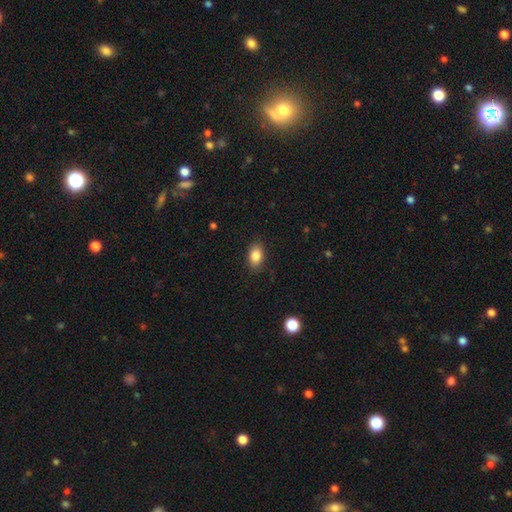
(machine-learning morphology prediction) This is clearly a smooth galaxy (86%). How rounded: clearly in between (86%). Merging: clearly none (87%).